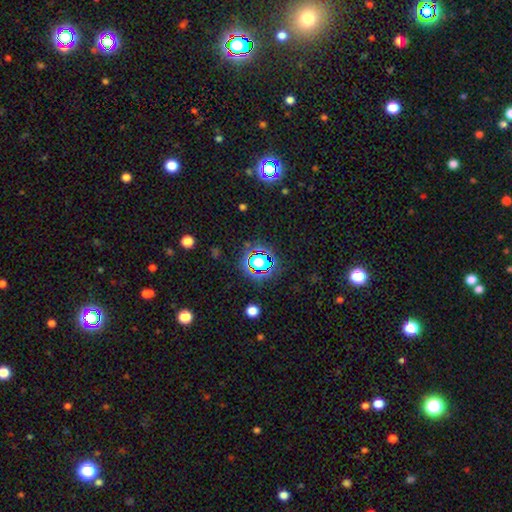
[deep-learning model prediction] smooth-or-featured: star or artifact: 67% | smooth: 23% | featured or disk: 10%